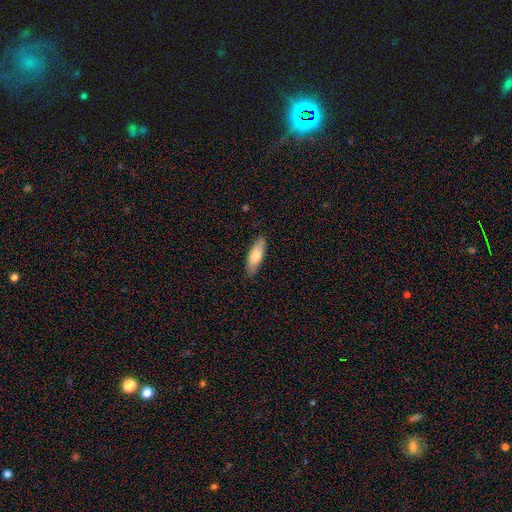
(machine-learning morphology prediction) Smooth or featured? Predicted: smooth (p=0.78). How rounded? Predicted: in between (p=0.62). Merging? Predicted: none (p=0.85).